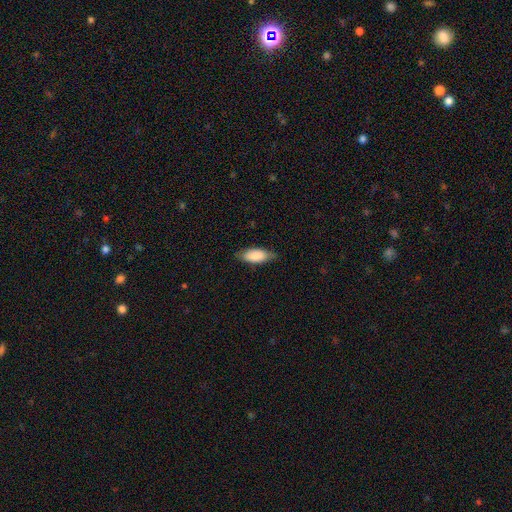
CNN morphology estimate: A smooth galaxy with no disk features (86%) that is in between round and cigar-shaped (85%). Merging: none (77%).